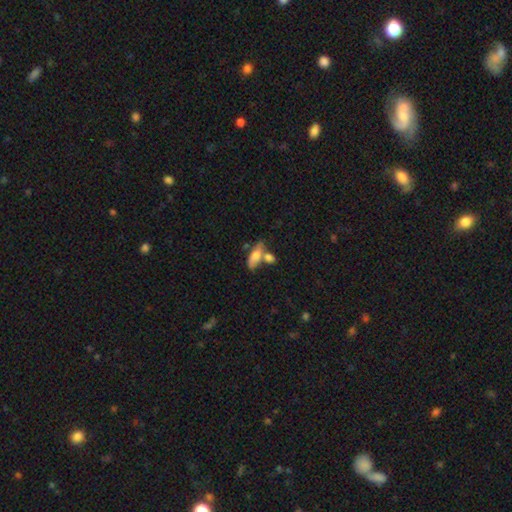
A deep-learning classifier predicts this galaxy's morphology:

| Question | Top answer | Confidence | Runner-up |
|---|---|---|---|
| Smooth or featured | smooth | 71% | featured or disk (21%) |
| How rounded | in between | 73% | cigar-shaped (22%) |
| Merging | none | 39% | tied: merger (39%) |